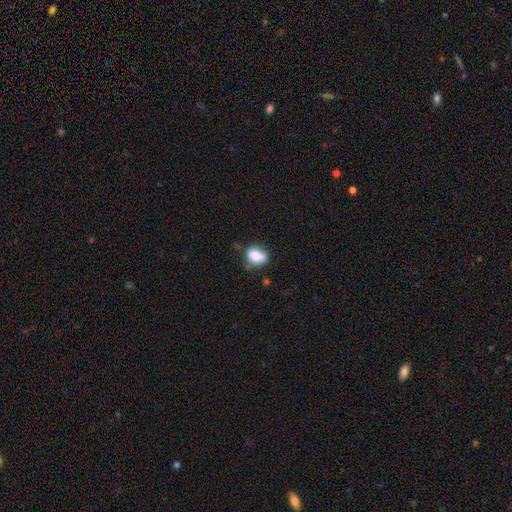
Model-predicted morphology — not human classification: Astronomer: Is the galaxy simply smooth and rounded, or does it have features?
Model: smooth — 76%.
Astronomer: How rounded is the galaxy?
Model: in between — 59% (runner-up: round, 40%).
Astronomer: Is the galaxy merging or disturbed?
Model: none — 44% (runner-up: minor disturbance, 26%).